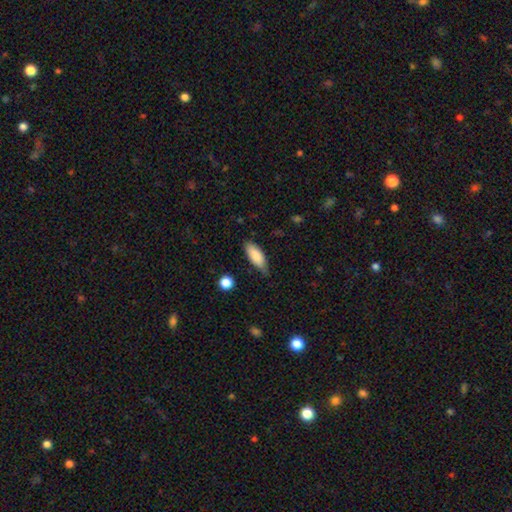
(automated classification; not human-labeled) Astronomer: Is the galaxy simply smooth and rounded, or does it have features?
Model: smooth — 86%.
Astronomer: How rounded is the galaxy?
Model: in between — 78%.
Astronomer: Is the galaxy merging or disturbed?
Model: none — 68%.